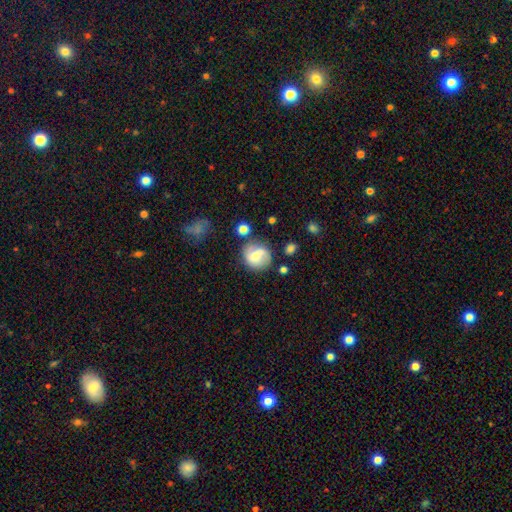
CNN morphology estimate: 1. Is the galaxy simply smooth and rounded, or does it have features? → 51% smooth, 40% featured or disk, 9% star or artifact.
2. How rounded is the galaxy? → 77% round, 22% in between, 1% cigar-shaped.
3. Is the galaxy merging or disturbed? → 62% none, 22% minor disturbance, 9% major disturbance, 7% merger.